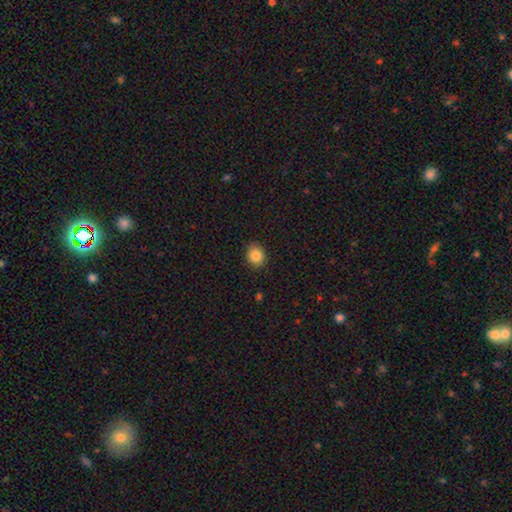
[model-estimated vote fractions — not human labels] Smooth or featured?
  - smooth: 85% *
  - star or artifact: 9%
  - featured or disk: 5%
How rounded?
  - round: 63% *
  - in between: 36%
  - cigar-shaped: 1%
Merging?
  - none: 87% *
  - minor disturbance: 10%
  - major disturbance: 2%
  - merger: 1%